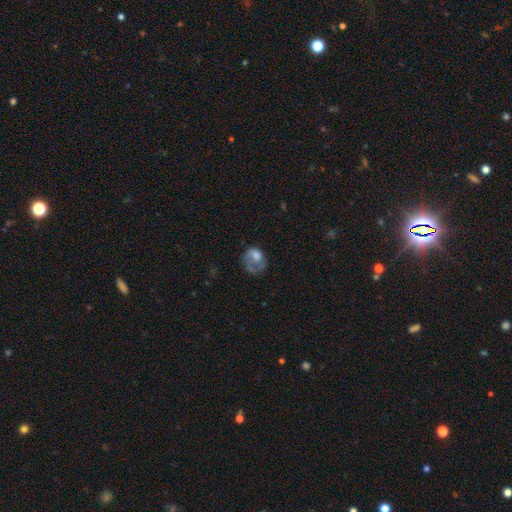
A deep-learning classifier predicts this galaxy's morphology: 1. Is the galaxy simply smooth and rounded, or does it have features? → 53% smooth, 37% featured or disk, 9% star or artifact.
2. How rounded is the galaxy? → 50% round, 49% in between, 1% cigar-shaped.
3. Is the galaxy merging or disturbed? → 44% major disturbance, 29% none, 23% minor disturbance, 3% merger.